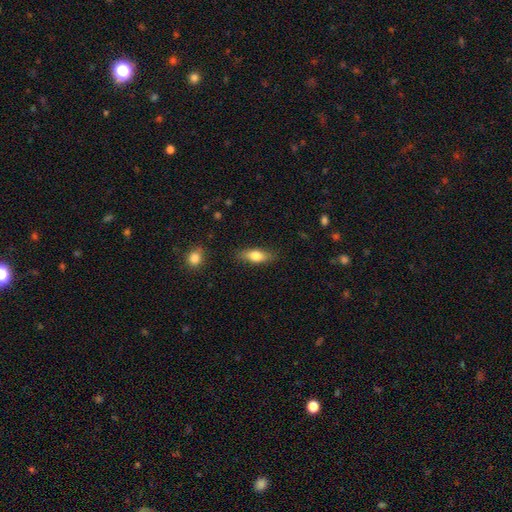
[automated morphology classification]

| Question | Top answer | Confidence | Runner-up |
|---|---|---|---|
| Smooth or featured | smooth | 73% | featured or disk (20%) |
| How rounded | in between | 69% | cigar-shaped (27%) |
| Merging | none | 83% | minor disturbance (13%) |